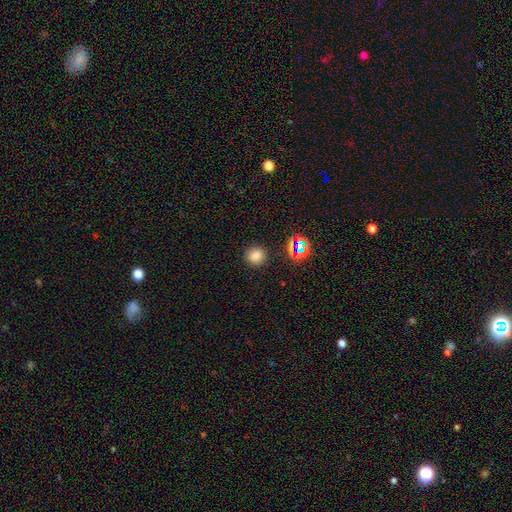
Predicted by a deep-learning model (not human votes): A smooth galaxy with no disk features (77%) that is round (89%).

Vote fractions:
- Smooth or featured? smooth: 77% / star or artifact: 18% / featured or disk: 5%
- How rounded? round: 89% / in between: 10% / cigar-shaped: 1%
- Merging? none: 89% / minor disturbance: 7% / major disturbance: 3% / merger: 2%